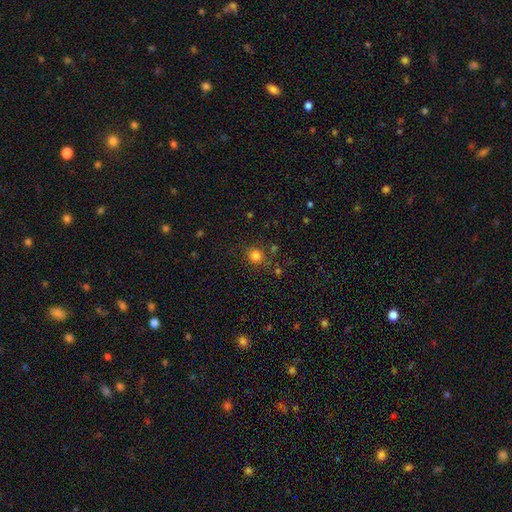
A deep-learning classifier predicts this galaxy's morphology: type=smooth (80%); roundness=round (85%); merging=none (81%).